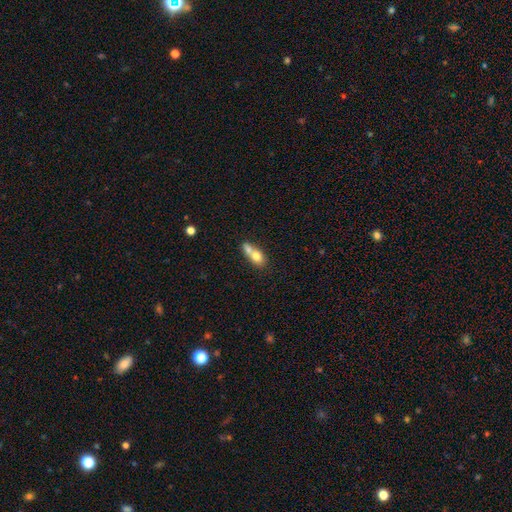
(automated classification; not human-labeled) smooth-or-featured: smooth: 70% | featured or disk: 23% | star or artifact: 8%
  how-rounded: in between: 67% | round: 24% | cigar-shaped: 9%
  merging: merger: 65% | none: 22% | minor disturbance: 9% | major disturbance: 4%